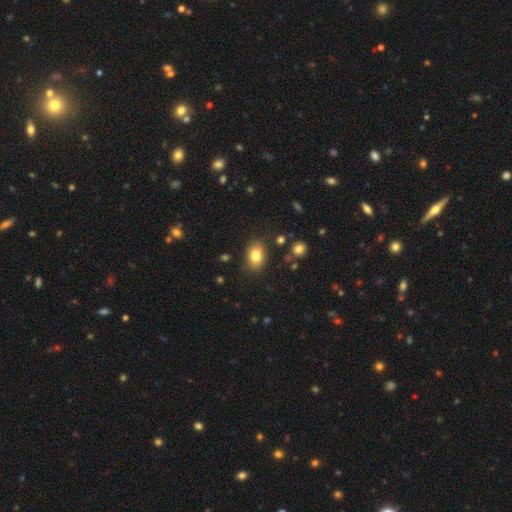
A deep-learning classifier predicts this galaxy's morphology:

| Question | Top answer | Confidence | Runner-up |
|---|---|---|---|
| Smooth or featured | smooth | 81% | featured or disk (10%) |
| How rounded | in between | 76% | round (23%) |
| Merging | none | 83% | minor disturbance (12%) |